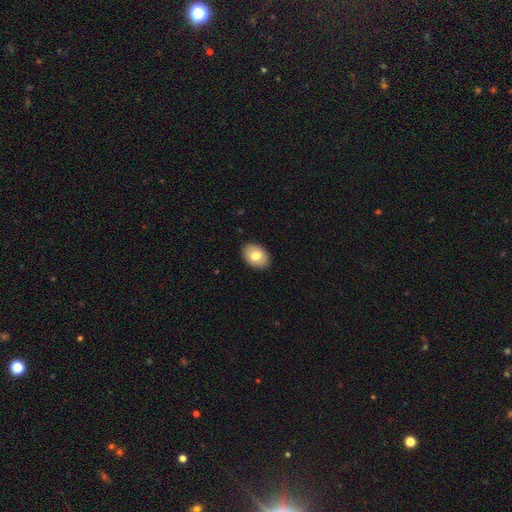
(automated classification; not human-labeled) Smooth or featured?
  - smooth: 79% *
  - featured or disk: 14%
  - star or artifact: 7%
How rounded?
  - in between: 79% *
  - round: 20%
  - cigar-shaped: 1%
Merging?
  - none: 90% *
  - minor disturbance: 8%
  - major disturbance: 2%
  - merger: 1%